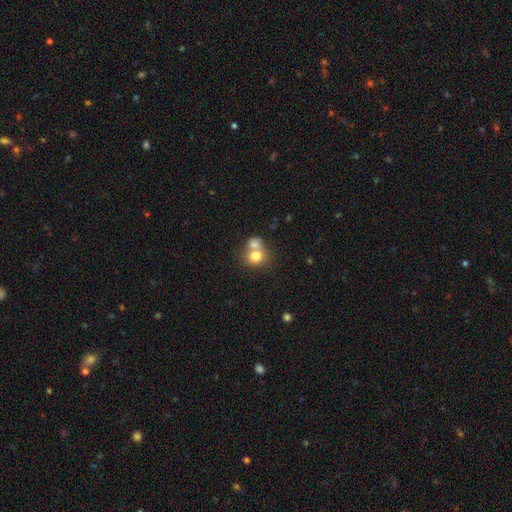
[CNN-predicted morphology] Q: Smooth or featured?
A: smooth (76%); runner-up: featured or disk (14%)
Q: How rounded?
A: round (73%); runner-up: in between (26%)
Q: Merging?
A: merger (58%); runner-up: none (32%)